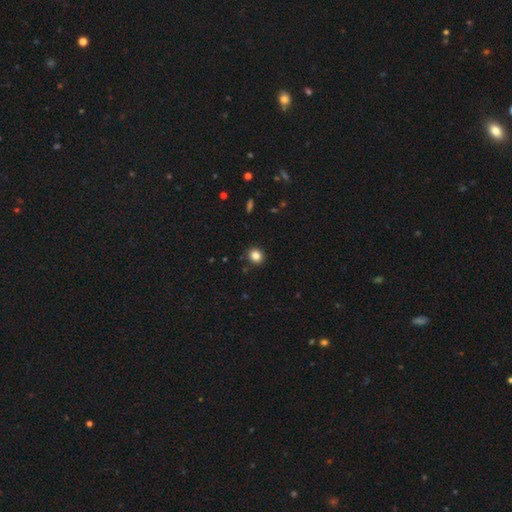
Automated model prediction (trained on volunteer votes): Morphology: type=smooth (84%); roundness=round (73%); merging=none (90%).